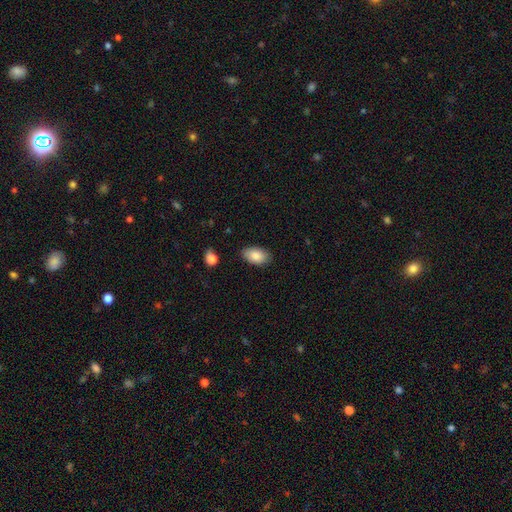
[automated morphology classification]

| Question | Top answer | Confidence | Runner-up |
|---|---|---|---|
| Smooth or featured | smooth | 86% | featured or disk (7%) |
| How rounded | in between | 93% | round (5%) |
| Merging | none | 84% | minor disturbance (12%) |